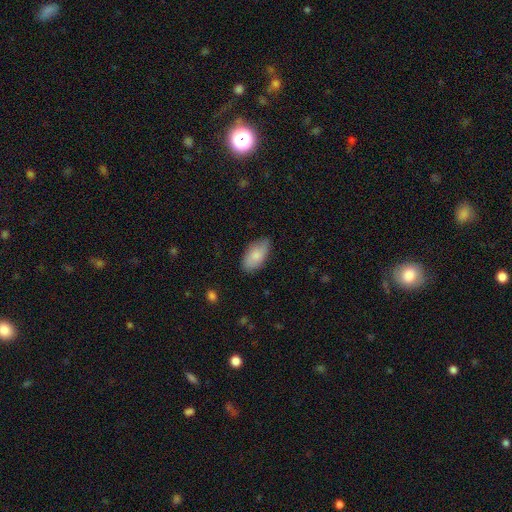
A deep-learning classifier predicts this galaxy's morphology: This is clearly a smooth galaxy (81%). How rounded: clearly in between (94%). Merging: likely none (80%).